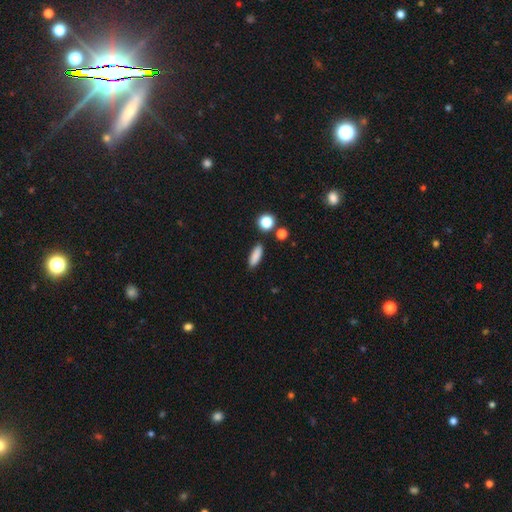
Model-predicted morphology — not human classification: Smooth or featured? Predicted: smooth (p=0.85). How rounded? Predicted: in between (p=0.56). Merging? Predicted: none (p=0.86).